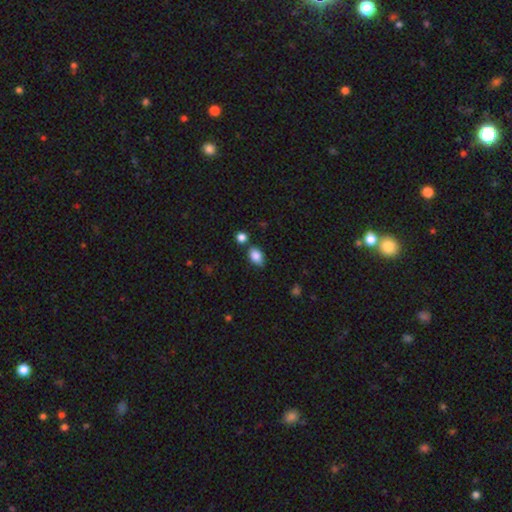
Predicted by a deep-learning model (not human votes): This is clearly a smooth galaxy (86%). How rounded: clearly in between (85%). Merging: likely none (71%).